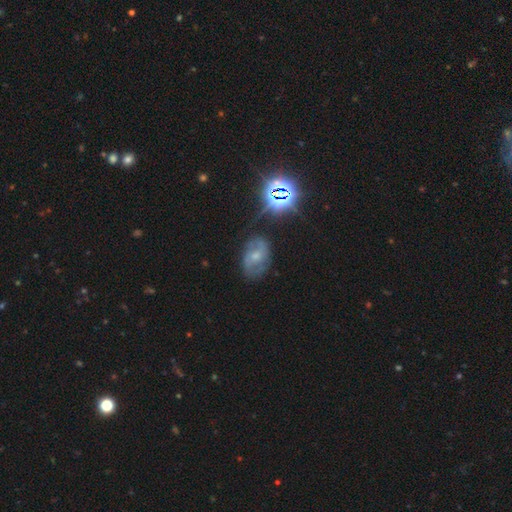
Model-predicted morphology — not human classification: Q: Smooth or featured?
A: featured or disk (57%); runner-up: smooth (24%)
Q: Edge-on disk?
A: no (95%); runner-up: yes (5%)
Q: Bar?
A: no (50%); runner-up: weak (40%)
Q: Spiral arms?
A: yes (77%); runner-up: no (23%)
Q: Bulge size?
A: small (46%); runner-up: moderate (42%)
Q: Merging?
A: none (67%); runner-up: minor disturbance (21%)